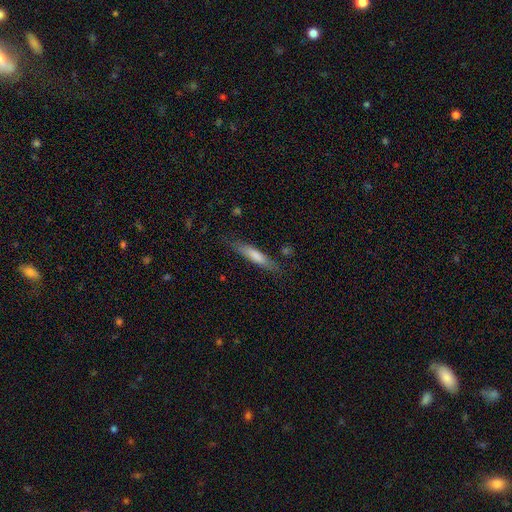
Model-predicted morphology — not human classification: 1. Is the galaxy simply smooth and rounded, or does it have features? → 73% smooth, 21% featured or disk, 6% star or artifact.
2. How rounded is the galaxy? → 82% cigar-shaped, 16% in between, 1% round.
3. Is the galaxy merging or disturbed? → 78% none, 16% minor disturbance, 4% major disturbance, 2% merger.